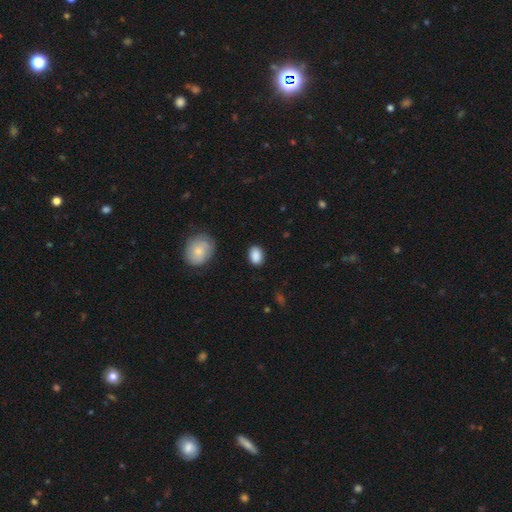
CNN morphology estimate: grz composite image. It shows a smooth galaxy with no disk features (89%) that is in between round and cigar-shaped (78%). Merging: none (85%).